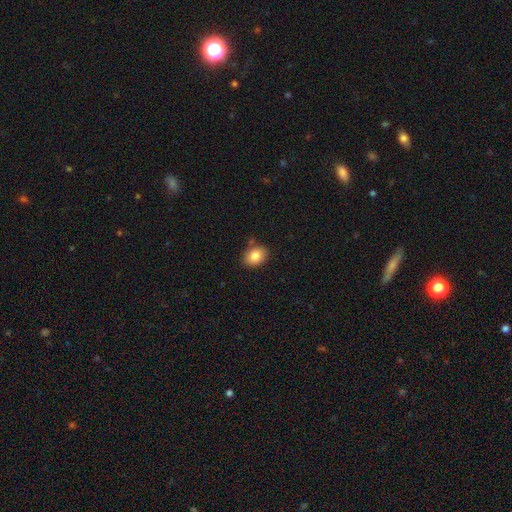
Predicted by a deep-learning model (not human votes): Smooth or featured? smooth (85%)
How rounded? in between (64%)
Merging? none (79%)